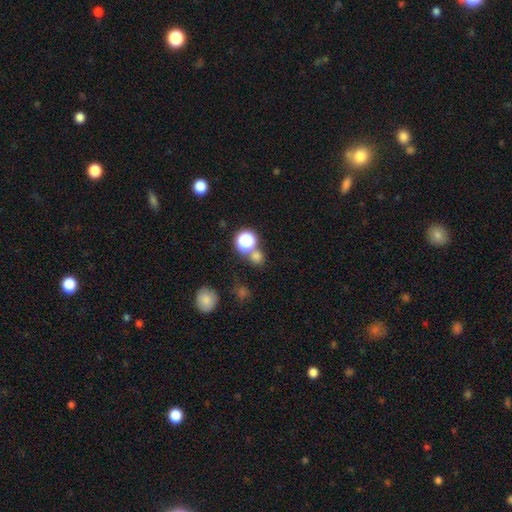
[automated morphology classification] Smooth or featured: smooth — 67% (star or artifact — 27%)
How rounded: round — 83% (in between — 16%)
Merging: none — 64% (merger — 23%)